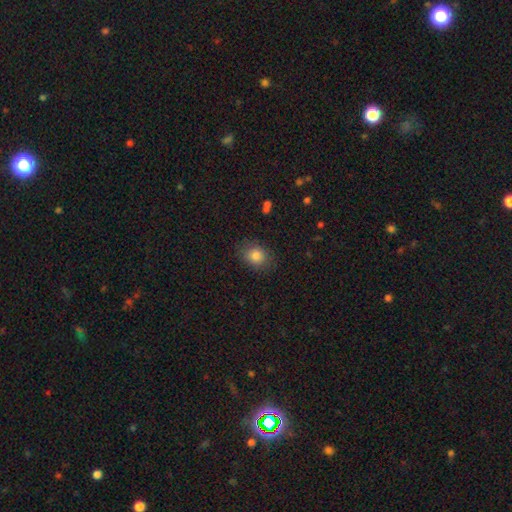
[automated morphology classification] Smooth or featured?
  - smooth: 83% *
  - star or artifact: 10%
  - featured or disk: 7%
How rounded?
  - round: 53% *
  - in between: 46%
  - cigar-shaped: 1%
Merging?
  - none: 82% *
  - minor disturbance: 13%
  - major disturbance: 4%
  - merger: 1%